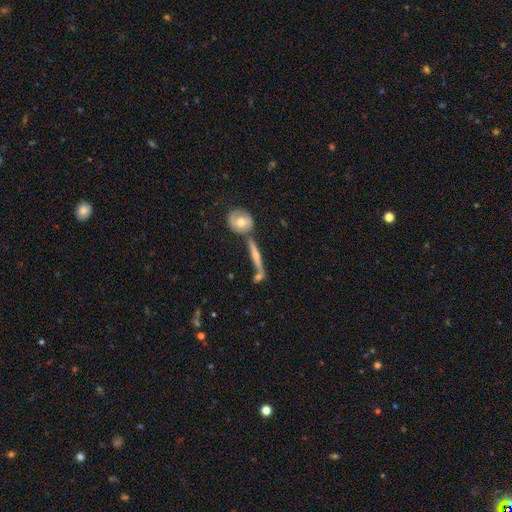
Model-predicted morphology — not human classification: Smooth or featured? Predicted: featured or disk (p=0.61). Edge-on disk? Predicted: yes (p=0.91). Edge-on bulge? Predicted: rounded (p=0.80). Merging? Predicted: none (p=0.66).